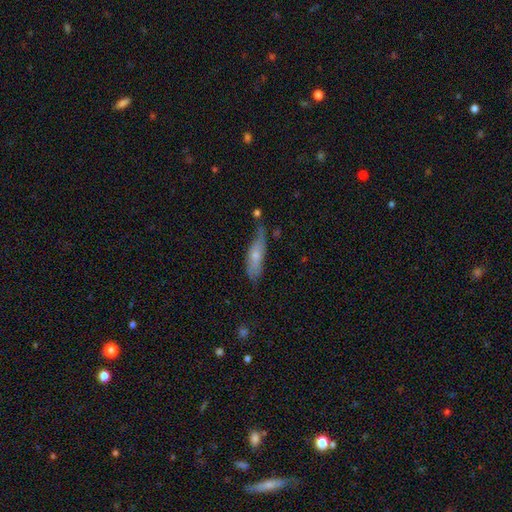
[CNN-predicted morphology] Smooth or featured? smooth (55%)
How rounded? cigar-shaped (52%)
Merging? none (44%)